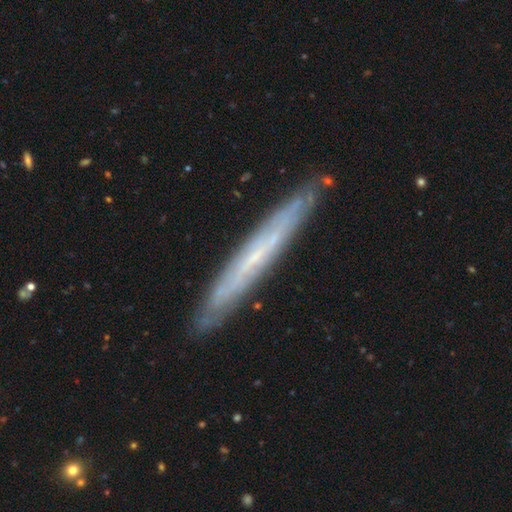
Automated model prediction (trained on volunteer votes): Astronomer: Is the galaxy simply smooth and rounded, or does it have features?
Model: featured or disk — 66%.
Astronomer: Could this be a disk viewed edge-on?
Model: yes — 81%.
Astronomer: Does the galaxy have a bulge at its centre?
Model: none — 77%.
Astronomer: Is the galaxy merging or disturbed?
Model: none — 88%.